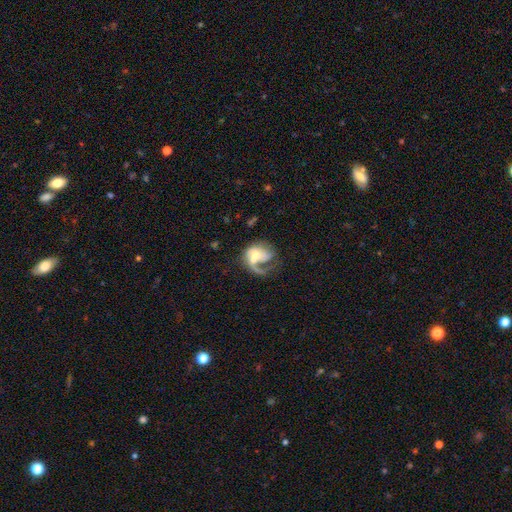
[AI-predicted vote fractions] Smooth or featured? featured or disk (69%)
Edge-on disk? no (98%)
Bar? no (64%)
Spiral arms? yes (79%)
Spiral winding? loose (49%)
Spiral arm count? 1 (74%)
Bulge size? small (41%)
Merging? major disturbance (44%)